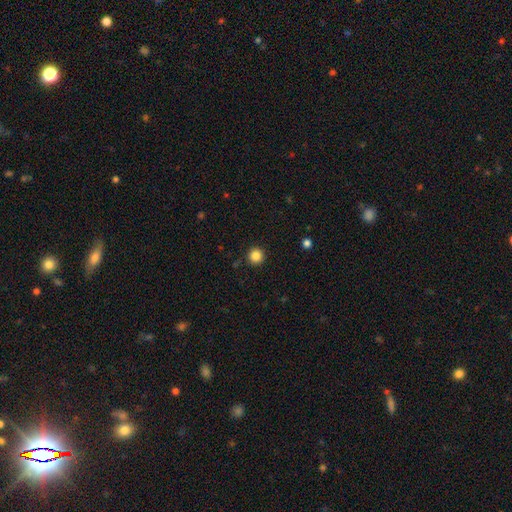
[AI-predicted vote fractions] This appears to be a smooth galaxy with no disk features (85%) that is round (96%). Merging: none (92%).